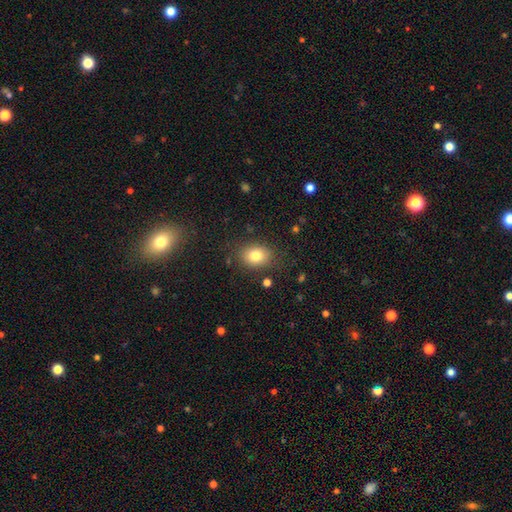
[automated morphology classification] A smooth galaxy with no disk features (80%) that is in between round and cigar-shaped (65%). Merging: none (82%).